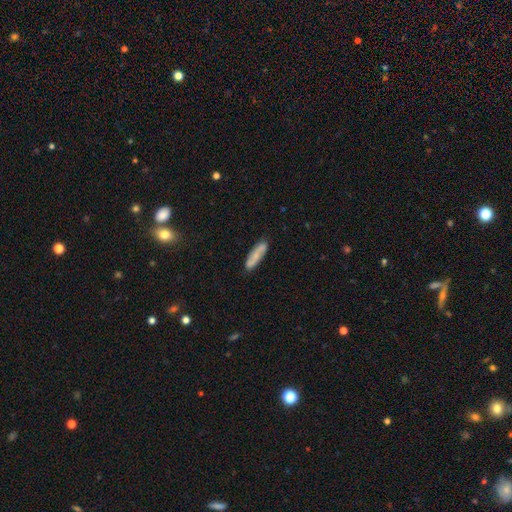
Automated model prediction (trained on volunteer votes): Overall: smooth (65%; featured or disk 28%). How rounded: cigar-shaped (71%). Merging: none (82%).